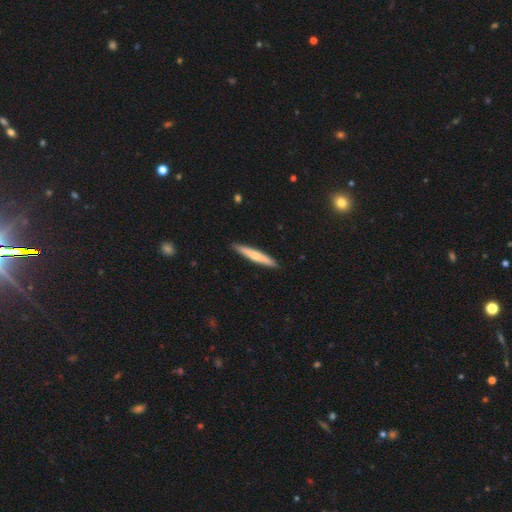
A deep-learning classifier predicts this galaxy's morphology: smooth 58%, featured or disk 37%, star or artifact 5%. Down the decision tree: how rounded — cigar-shaped (93%); merging — none (91%).